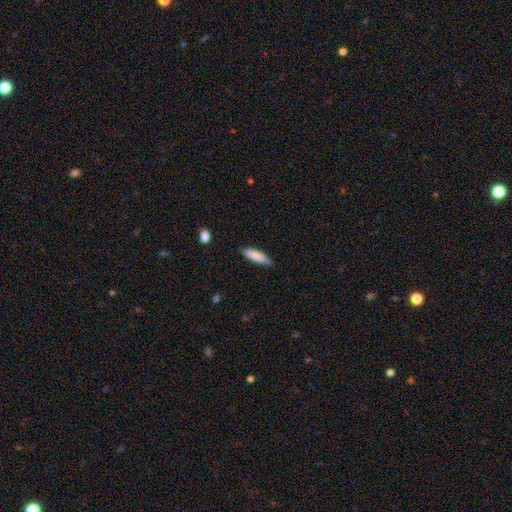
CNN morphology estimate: smooth 83%, featured or disk 11%, star or artifact 6%. Down the decision tree: how rounded — cigar-shaped (62%); merging — none (77%).